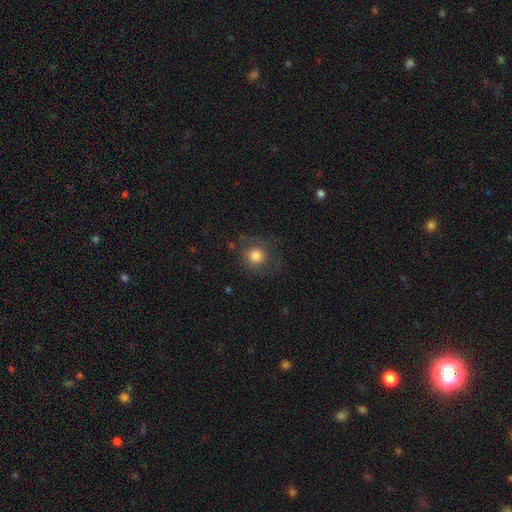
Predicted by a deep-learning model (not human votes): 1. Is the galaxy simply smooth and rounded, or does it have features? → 78% smooth, 12% featured or disk, 10% star or artifact.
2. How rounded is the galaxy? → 89% round, 10% in between, 1% cigar-shaped.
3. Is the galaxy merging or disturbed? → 71% none, 17% minor disturbance, 10% major disturbance, 2% merger.